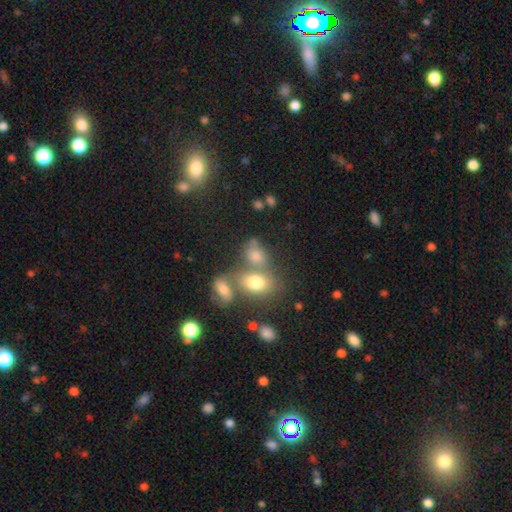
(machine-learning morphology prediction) Smooth or featured? smooth (71%)
How rounded? in between (61%)
Merging? merger (46%)